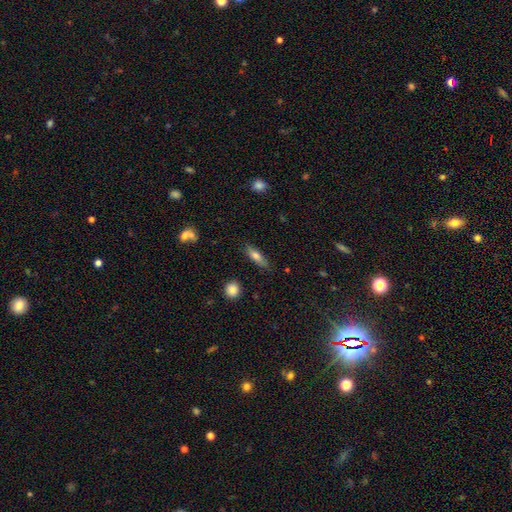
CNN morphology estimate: A smooth galaxy with no disk features (67%) that is cigar-shaped (59%).

Vote fractions:
- Smooth or featured? smooth: 67% / featured or disk: 25% / star or artifact: 8%
- How rounded? cigar-shaped: 59% / in between: 37% / round: 3%
- Merging? none: 79% / minor disturbance: 15% / major disturbance: 3% / merger: 2%